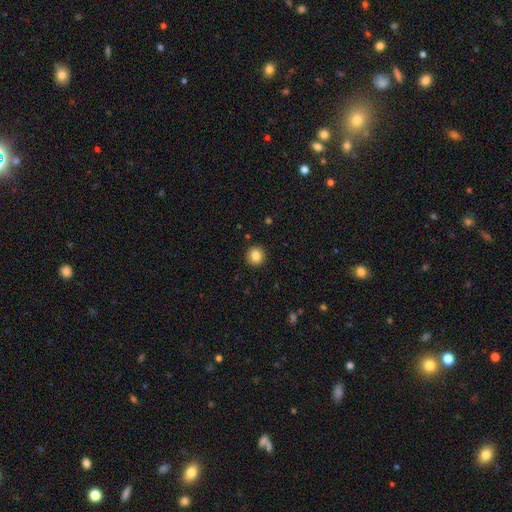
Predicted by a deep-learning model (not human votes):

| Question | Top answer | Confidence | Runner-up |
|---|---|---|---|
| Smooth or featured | smooth | 85% | star or artifact (10%) |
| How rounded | round | 91% | in between (8%) |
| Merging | none | 92% | minor disturbance (5%) |